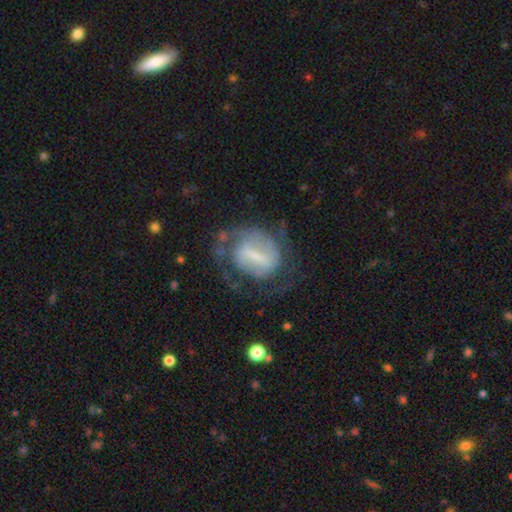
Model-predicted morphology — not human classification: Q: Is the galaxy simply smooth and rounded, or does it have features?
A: featured or disk — 72%.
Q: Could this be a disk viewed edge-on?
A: no — 96%.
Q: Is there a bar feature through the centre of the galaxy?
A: weak — 44%.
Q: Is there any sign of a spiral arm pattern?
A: yes — 77%.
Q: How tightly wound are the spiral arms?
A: tight — 42%.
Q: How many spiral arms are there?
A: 2 — 48%.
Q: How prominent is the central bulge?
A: small — 48%.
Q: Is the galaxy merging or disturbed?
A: none — 52%.